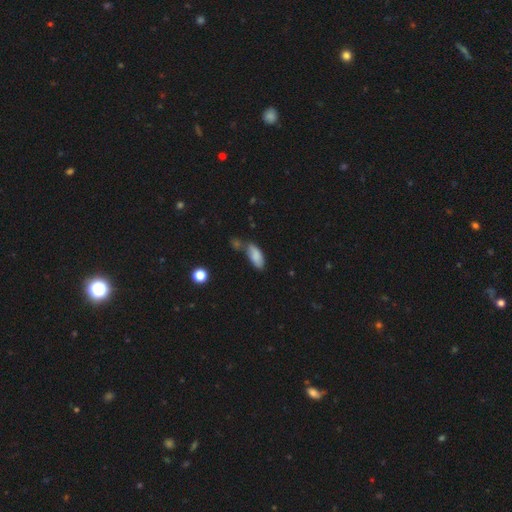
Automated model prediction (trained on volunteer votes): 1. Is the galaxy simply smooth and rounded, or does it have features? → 83% smooth, 9% featured or disk, 8% star or artifact.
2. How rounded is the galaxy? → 82% in between, 16% cigar-shaped, 3% round.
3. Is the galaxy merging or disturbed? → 45% none, 24% minor disturbance, 22% merger, 8% major disturbance.